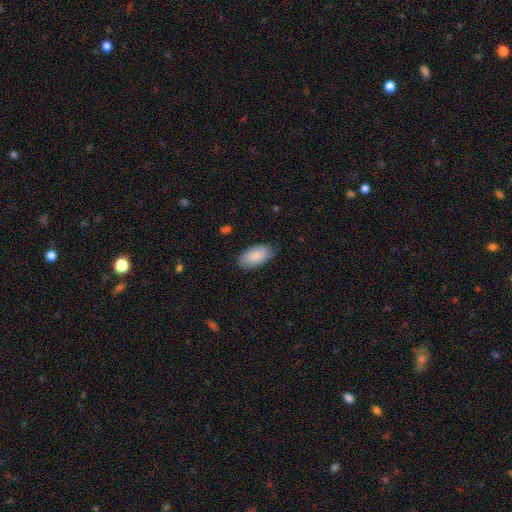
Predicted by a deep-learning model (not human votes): smooth-or-featured: smooth: 88% | featured or disk: 7% | star or artifact: 6%
  how-rounded: in between: 94% | cigar-shaped: 3% | round: 2%
  merging: none: 83% | minor disturbance: 13% | major disturbance: 3% | merger: 1%